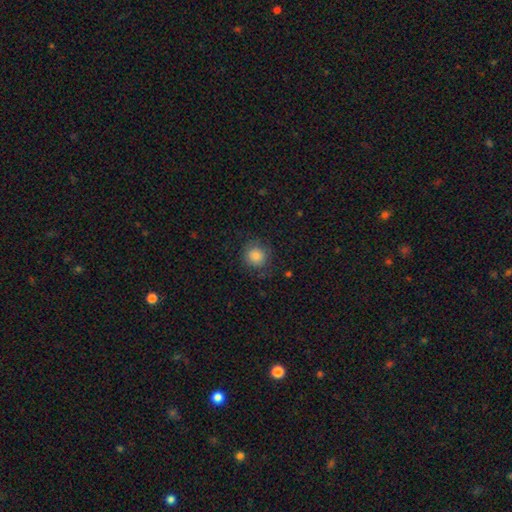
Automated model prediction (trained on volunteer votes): smooth 84%, star or artifact 9%, featured or disk 6%. Down the decision tree: how rounded — round (90%); merging — none (80%).